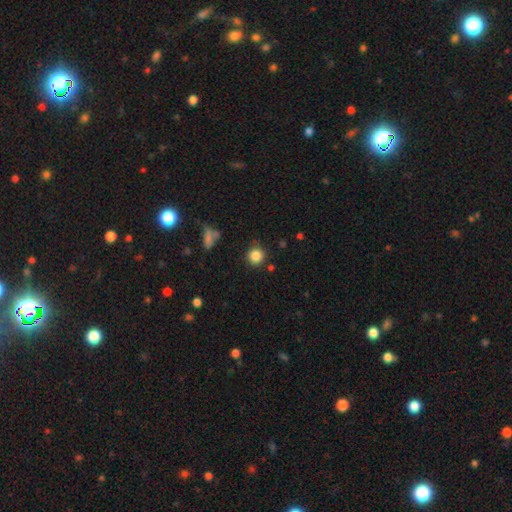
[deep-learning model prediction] Smooth or featured? Predicted: smooth (p=0.85). How rounded? Predicted: round (p=0.92). Merging? Predicted: none (p=0.84).